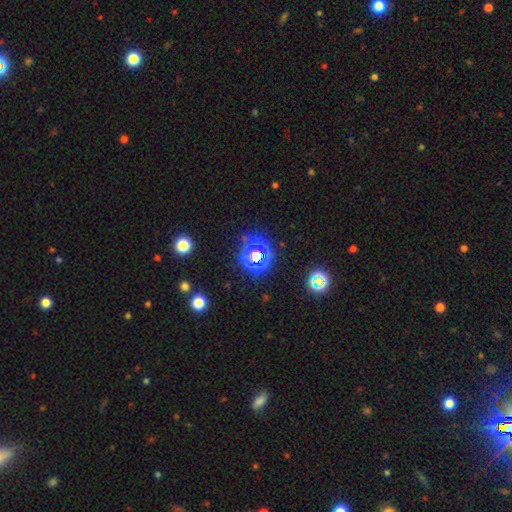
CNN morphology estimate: Q: Smooth or featured?
A: star or artifact (68%); runner-up: smooth (22%)